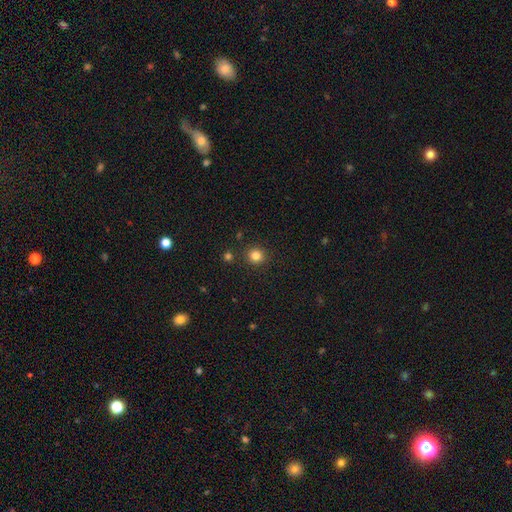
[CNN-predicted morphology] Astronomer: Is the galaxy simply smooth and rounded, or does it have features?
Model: smooth — 82%.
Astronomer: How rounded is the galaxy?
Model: round — 91%.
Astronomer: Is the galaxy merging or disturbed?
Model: none — 89%.